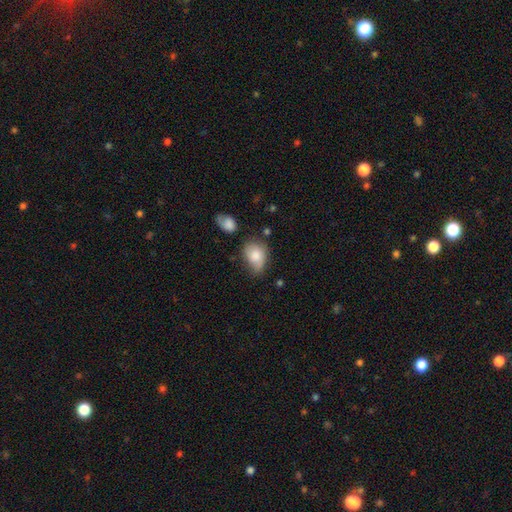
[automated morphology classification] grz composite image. It shows a smooth galaxy with no disk features (80%) that is in between round and cigar-shaped (72%). Merging: none (41%).